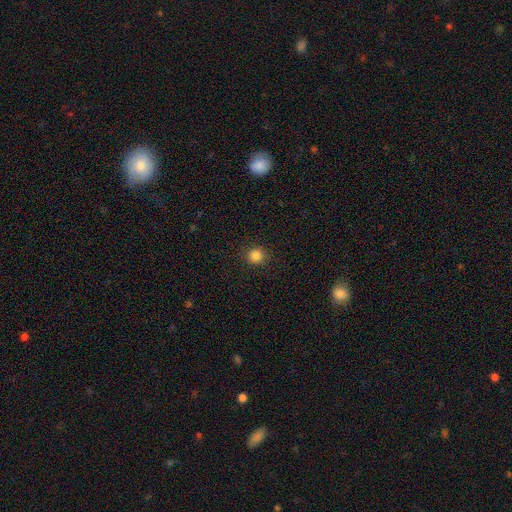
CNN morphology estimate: smooth 84%, star or artifact 13%, featured or disk 4%. Down the decision tree: how rounded — round (92%); merging — none (91%).